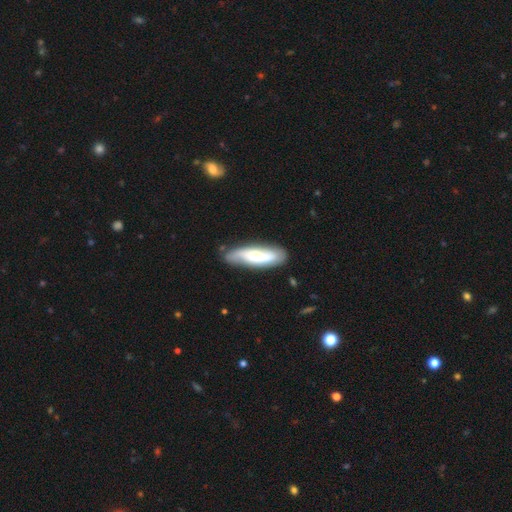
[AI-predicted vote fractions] Overall: featured or disk (47%, tied with smooth). Merging: none (75%).